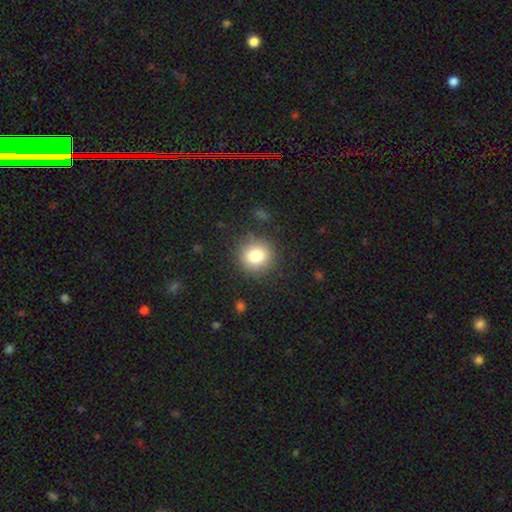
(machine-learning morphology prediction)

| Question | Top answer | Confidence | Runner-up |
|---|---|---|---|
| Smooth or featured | smooth | 80% | star or artifact (11%) |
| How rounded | round | 91% | in between (8%) |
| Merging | none | 88% | minor disturbance (8%) |